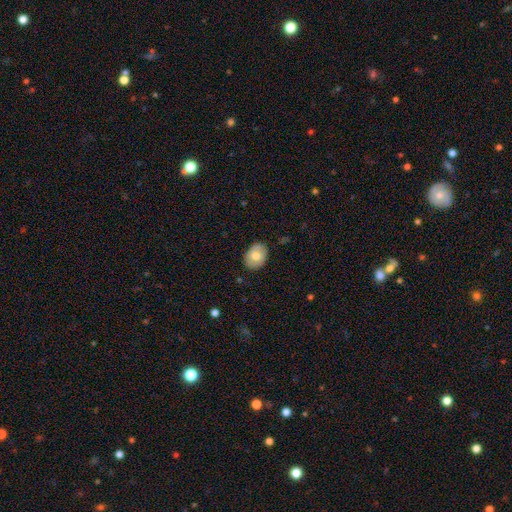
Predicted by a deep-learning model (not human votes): Smooth or featured: smooth — 70% (featured or disk — 23%)
How rounded: in between — 70% (round — 29%)
Merging: none — 83% (minor disturbance — 14%)